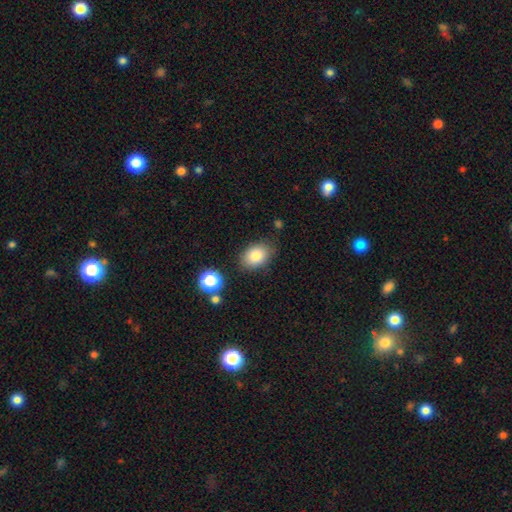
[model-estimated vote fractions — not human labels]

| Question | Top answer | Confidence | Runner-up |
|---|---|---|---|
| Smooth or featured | smooth | 84% | star or artifact (9%) |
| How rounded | in between | 78% | round (21%) |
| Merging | none | 80% | minor disturbance (14%) |